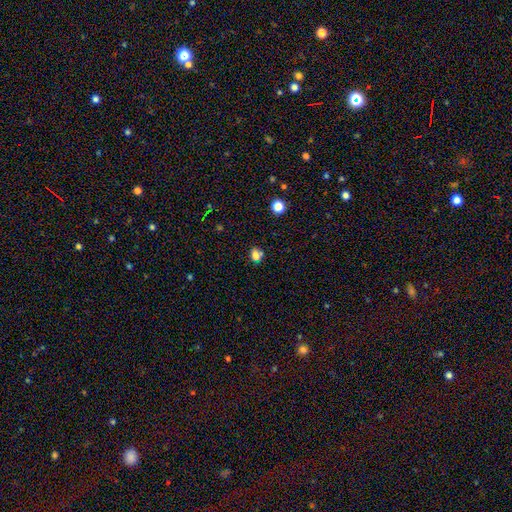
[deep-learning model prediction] Overall: smooth (72%). How rounded: round (56%; in between 42%). Merging: none (67%).